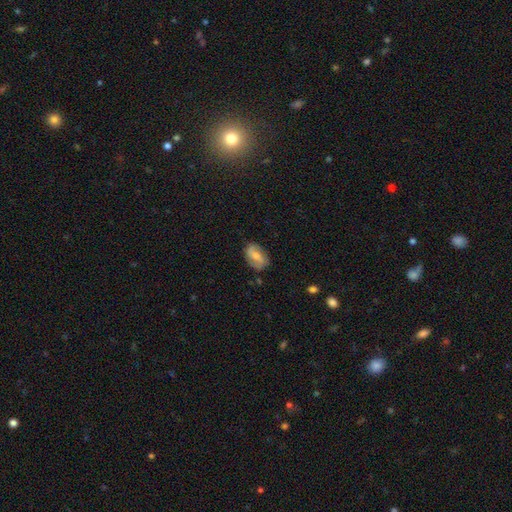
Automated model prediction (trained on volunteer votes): featured or disk 53%, smooth 40%, star or artifact 7%. Down the decision tree: edge-on disk — no (95%); bar — weak (44%); spiral arms — yes (82%); bulge size — moderate (49%); merging — none (78%).